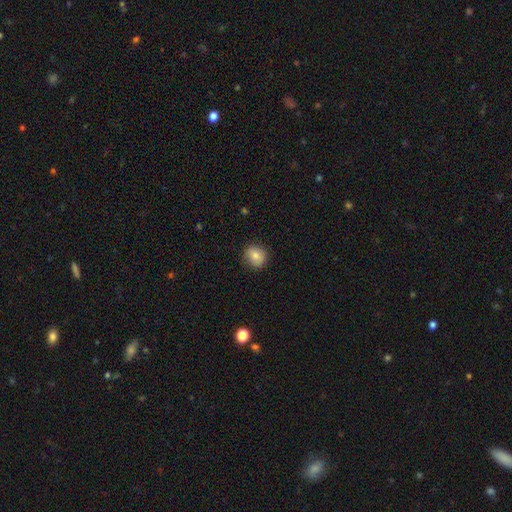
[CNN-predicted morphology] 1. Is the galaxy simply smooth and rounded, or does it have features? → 80% smooth, 11% featured or disk, 9% star or artifact.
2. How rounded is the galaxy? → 84% round, 15% in between, 1% cigar-shaped.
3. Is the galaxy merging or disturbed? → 85% none, 12% minor disturbance, 3% major disturbance, 1% merger.